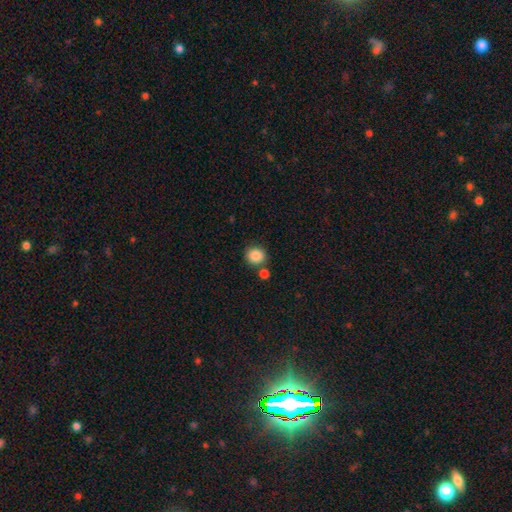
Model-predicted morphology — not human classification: Smooth or featured?
  - smooth: 87% *
  - star or artifact: 9%
  - featured or disk: 4%
How rounded?
  - round: 84% *
  - in between: 15%
  - cigar-shaped: 1%
Merging?
  - none: 75% *
  - merger: 13%
  - minor disturbance: 9%
  - major disturbance: 3%